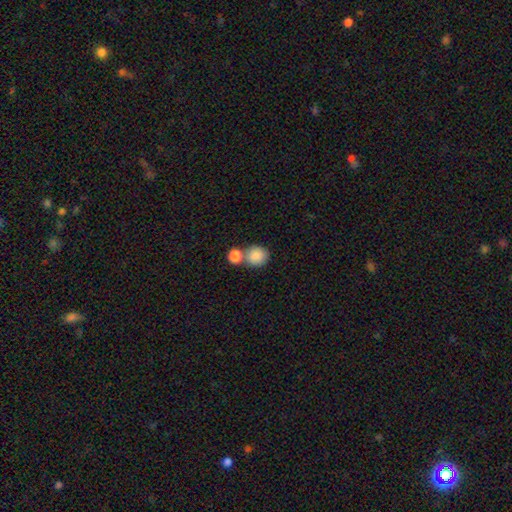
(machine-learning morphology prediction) smooth 86%, star or artifact 8%, featured or disk 6%. Down the decision tree: how rounded — round (84%); merging — none (55%).